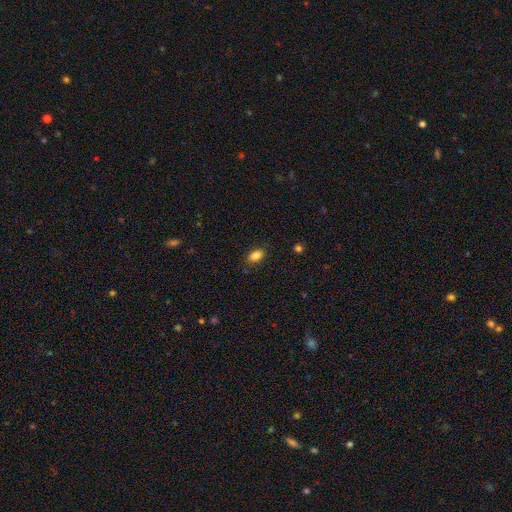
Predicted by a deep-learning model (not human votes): A smooth galaxy with no disk features (84%) that is in between round and cigar-shaped (89%). Merging: none (82%).